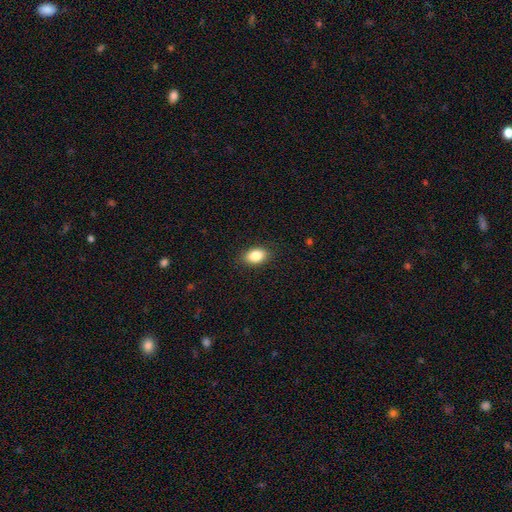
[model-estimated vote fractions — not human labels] smooth-or-featured: smooth: 85% | star or artifact: 8% | featured or disk: 7%
  how-rounded: in between: 87% | round: 11% | cigar-shaped: 2%
  merging: none: 88% | minor disturbance: 9% | major disturbance: 2% | merger: 1%